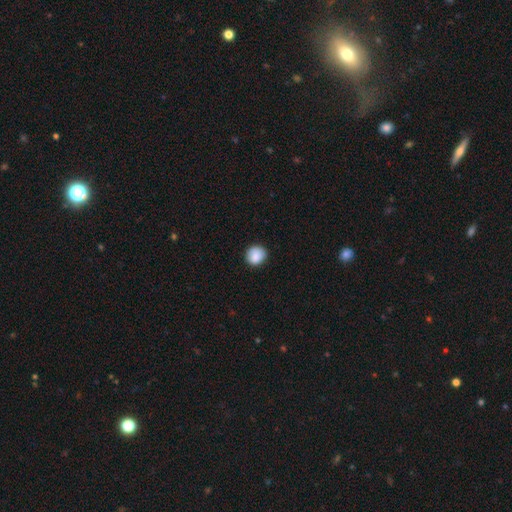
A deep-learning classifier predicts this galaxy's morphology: type=smooth (87%); roundness=round (85%); merging=none (84%).